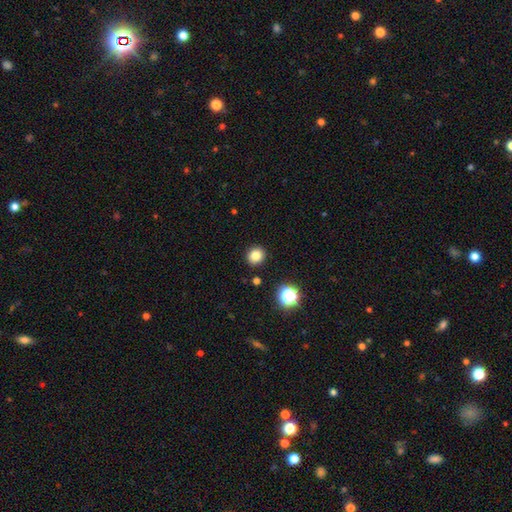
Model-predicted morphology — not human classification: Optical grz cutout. It shows a smooth galaxy with no disk features (81%) that is round (84%). Merging: none (91%).